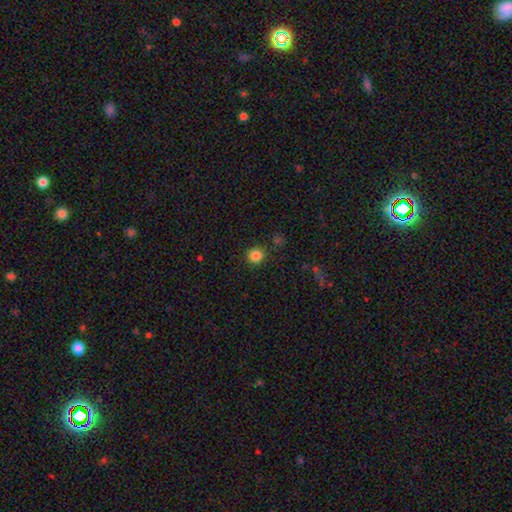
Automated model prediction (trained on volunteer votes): Smooth or featured?
  - smooth: 84% *
  - star or artifact: 12%
  - featured or disk: 4%
How rounded?
  - round: 91% *
  - in between: 8%
  - cigar-shaped: 1%
Merging?
  - none: 88% *
  - minor disturbance: 7%
  - merger: 3%
  - major disturbance: 3%